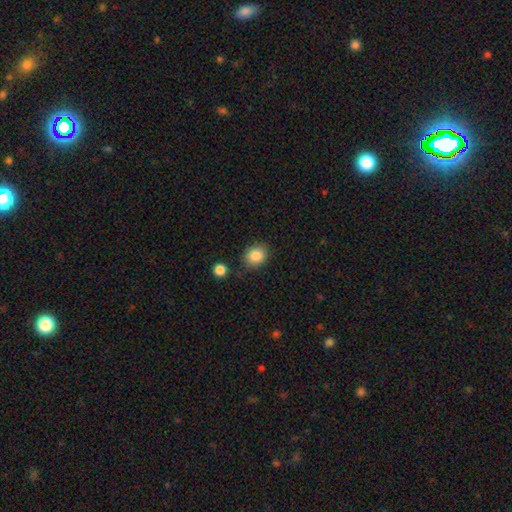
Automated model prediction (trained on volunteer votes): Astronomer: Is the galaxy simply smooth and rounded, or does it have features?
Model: smooth — 85%.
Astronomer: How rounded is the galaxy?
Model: round — 58% (runner-up: in between, 41%).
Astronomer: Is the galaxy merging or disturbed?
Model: none — 80%.